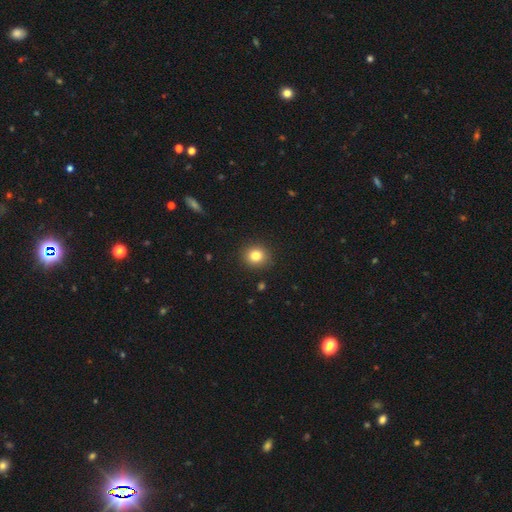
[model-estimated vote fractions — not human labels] This is clearly a smooth galaxy (82%). How rounded: clearly round (82%). Merging: clearly none (90%).